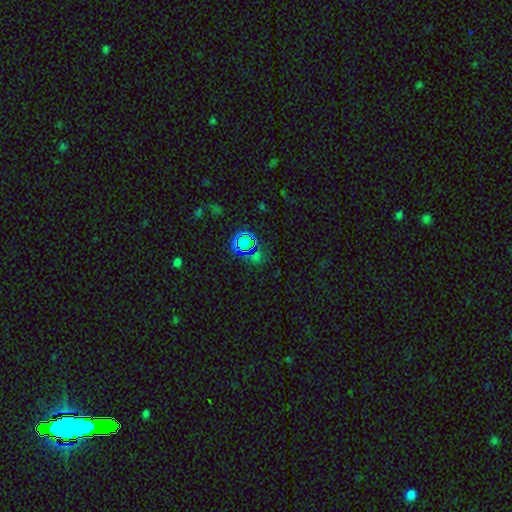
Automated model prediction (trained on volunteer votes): This is possibly a star or artifact rather than a galaxy (59%).